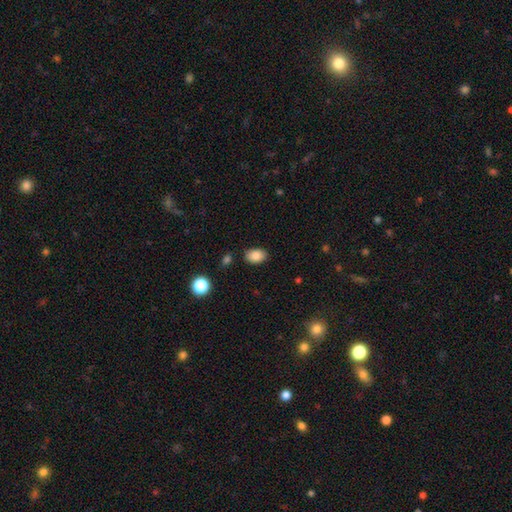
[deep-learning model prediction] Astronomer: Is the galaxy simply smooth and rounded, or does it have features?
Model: smooth — 86%.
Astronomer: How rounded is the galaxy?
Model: in between — 84%.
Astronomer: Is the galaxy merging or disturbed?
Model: none — 84%.